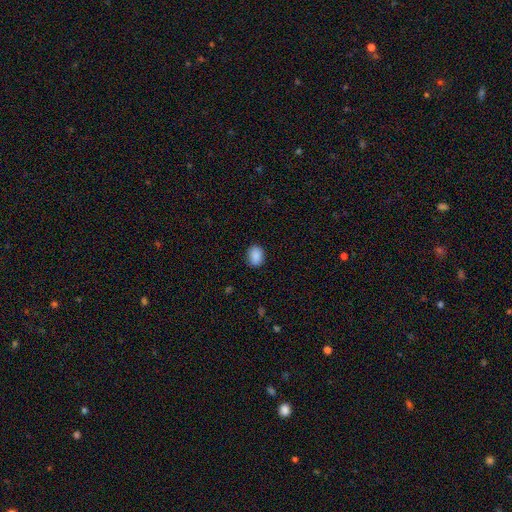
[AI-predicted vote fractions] A smooth galaxy with no disk features (89%) that is in between round and cigar-shaped (65%).

Vote fractions:
- Smooth or featured? smooth: 89% / star or artifact: 8% / featured or disk: 3%
- How rounded? in between: 65% / round: 34% / cigar-shaped: 1%
- Merging? none: 87% / minor disturbance: 10% / major disturbance: 2% / merger: 1%